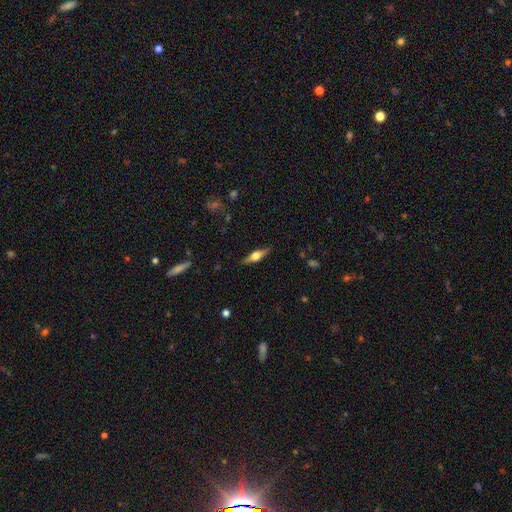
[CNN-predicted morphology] A featured or disk galaxy (58%) viewed edge-on (95%) with a rounded central bulge (91%).

Vote fractions:
- Smooth or featured? featured or disk: 58% / smooth: 35% / star or artifact: 7%
- Edge-on disk? yes: 95% / no: 5%
- Edge-on bulge? rounded: 91% / boxy: 7% / none: 2%
- Merging? none: 87% / minor disturbance: 10% / major disturbance: 2% / merger: 1%